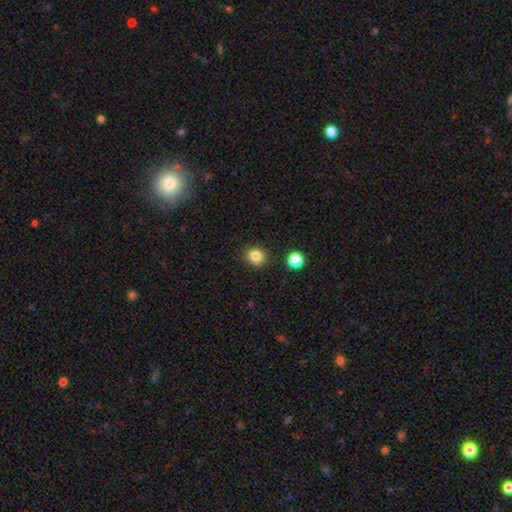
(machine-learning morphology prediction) This is clearly a smooth galaxy (82%). How rounded: clearly round (80%). Merging: clearly none (84%).